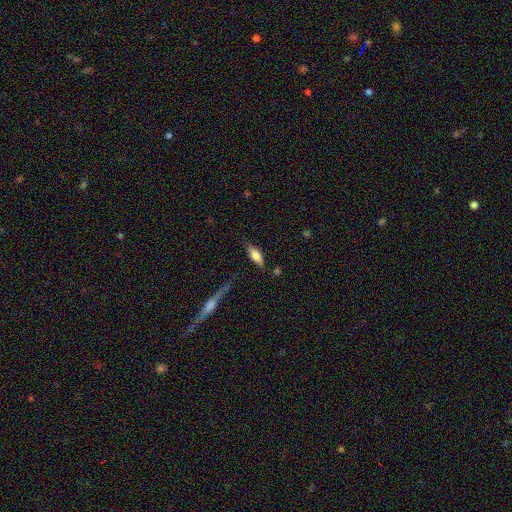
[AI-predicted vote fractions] A smooth galaxy with no disk features (70%) that is in between round and cigar-shaped (71%). Merging: none (74%).